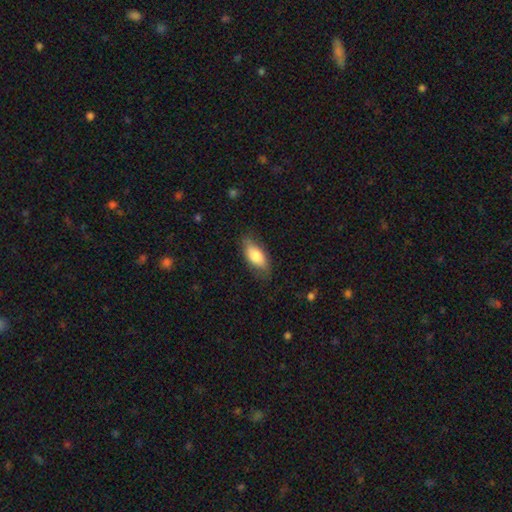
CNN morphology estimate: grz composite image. It shows a smooth galaxy with no disk features (76%) that is in between round and cigar-shaped (86%). Merging: none (73%).